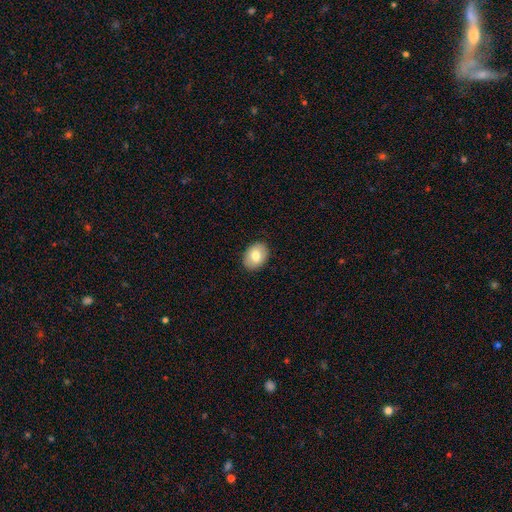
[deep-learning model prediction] smooth-or-featured: smooth: 77% | featured or disk: 16% | star or artifact: 7%
  how-rounded: in between: 69% | round: 30% | cigar-shaped: 1%
  merging: none: 89% | minor disturbance: 8% | major disturbance: 2% | merger: 1%